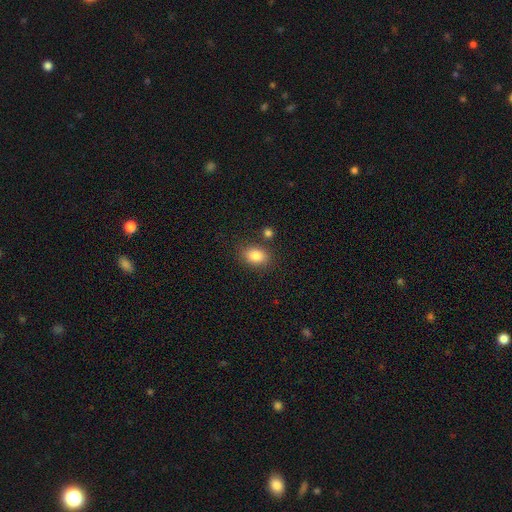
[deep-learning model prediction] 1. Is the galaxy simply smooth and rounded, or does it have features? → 84% smooth, 9% star or artifact, 7% featured or disk.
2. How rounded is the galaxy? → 72% in between, 27% round, 1% cigar-shaped.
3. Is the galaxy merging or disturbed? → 78% none, 12% minor disturbance, 7% merger, 3% major disturbance.